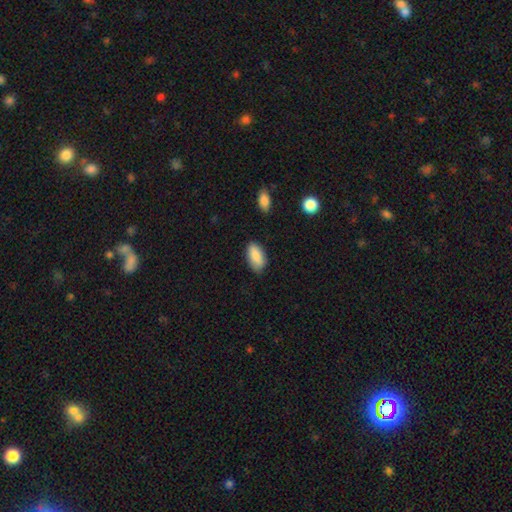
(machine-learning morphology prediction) This appears to be a smooth galaxy with no disk features (88%) that is in between round and cigar-shaped (92%). Merging: none (81%).